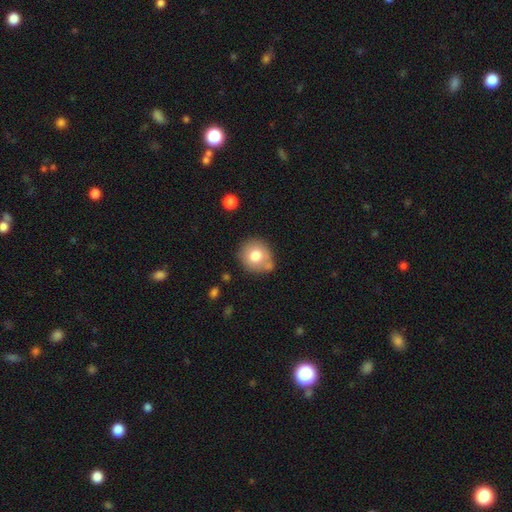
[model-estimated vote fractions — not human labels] Smooth or featured? Predicted: smooth (p=0.77). How rounded? Predicted: round (p=0.86). Merging? Predicted: none (p=0.68).